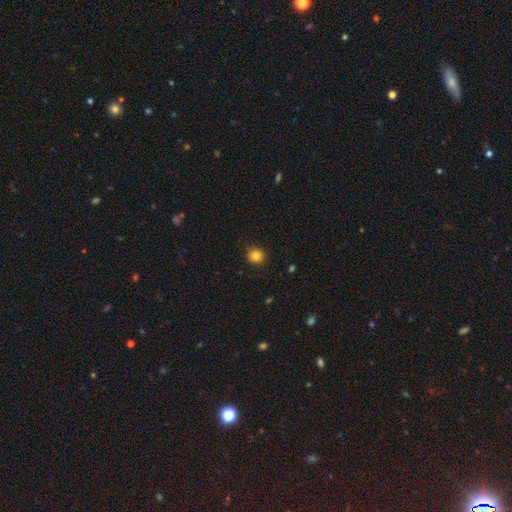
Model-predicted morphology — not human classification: Overall: smooth (84%). How rounded: round (92%). Merging: none (91%).